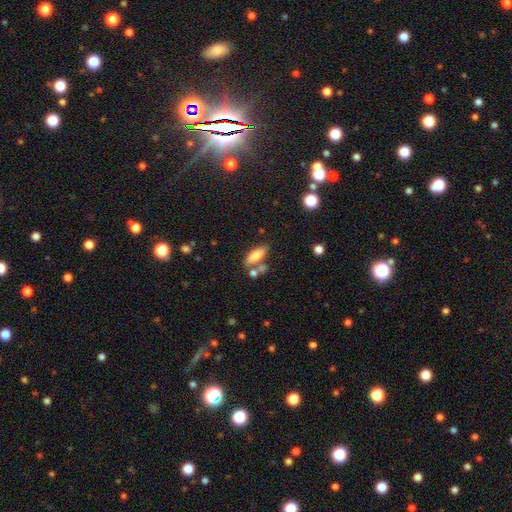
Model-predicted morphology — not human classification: This appears to be a smooth galaxy with no disk features (76%) that is in between round and cigar-shaped (66%). Merging: none (63%).